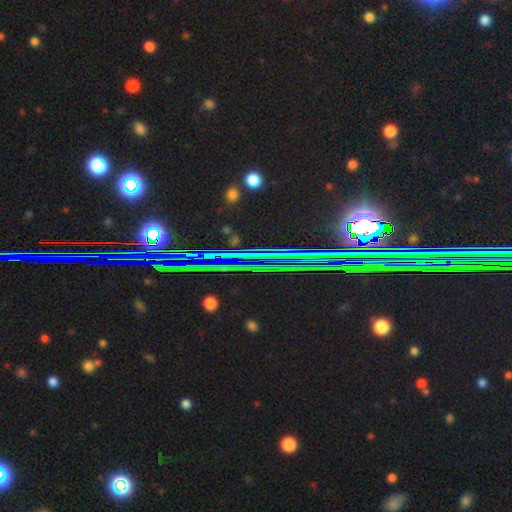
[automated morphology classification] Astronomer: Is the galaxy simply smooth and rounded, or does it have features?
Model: star or artifact — 81%.